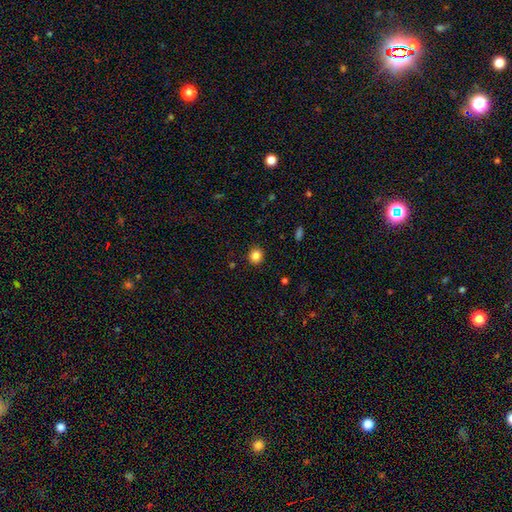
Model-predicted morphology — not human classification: smooth-or-featured: smooth: 85% | star or artifact: 11% | featured or disk: 4%
  how-rounded: round: 86% | in between: 13% | cigar-shaped: 1%
  merging: none: 91% | minor disturbance: 6% | major disturbance: 2% | merger: 1%